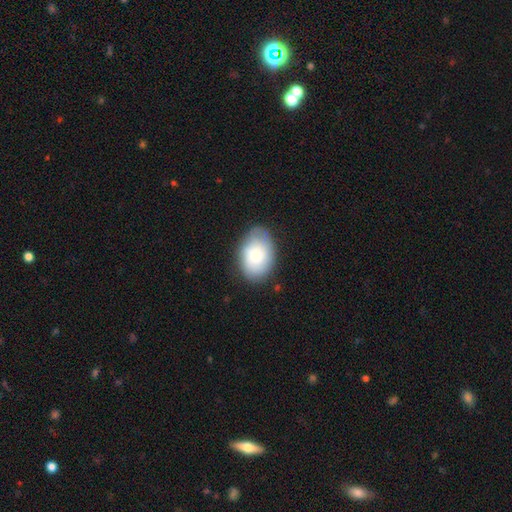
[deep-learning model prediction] Smooth or featured? smooth (74%)
How rounded? in between (79%)
Merging? none (75%)